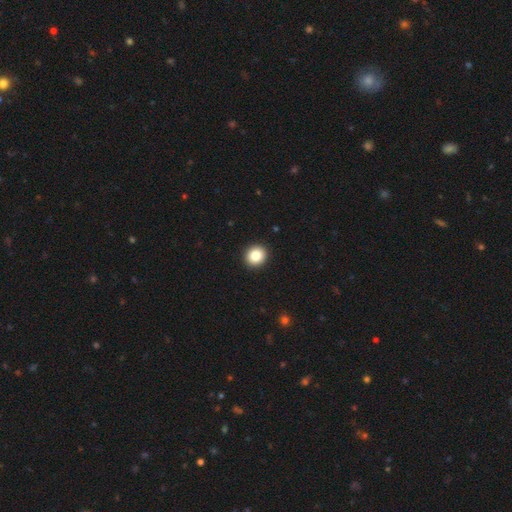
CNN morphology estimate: Smooth or featured? Predicted: smooth (p=0.85). How rounded? Predicted: round (p=0.86). Merging? Predicted: none (p=0.93).